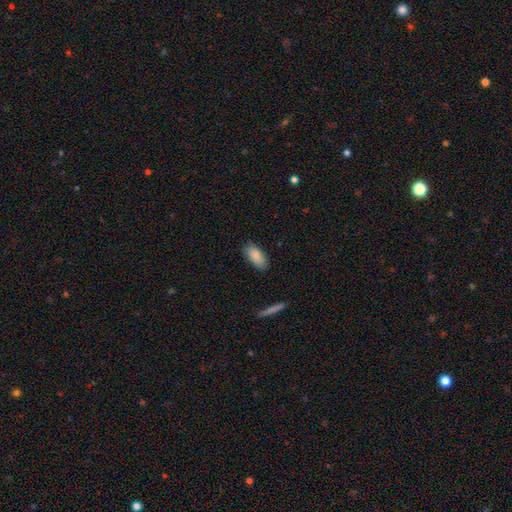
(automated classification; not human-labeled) A smooth galaxy with no disk features (88%) that is in between round and cigar-shaped (90%). Merging: none (84%).